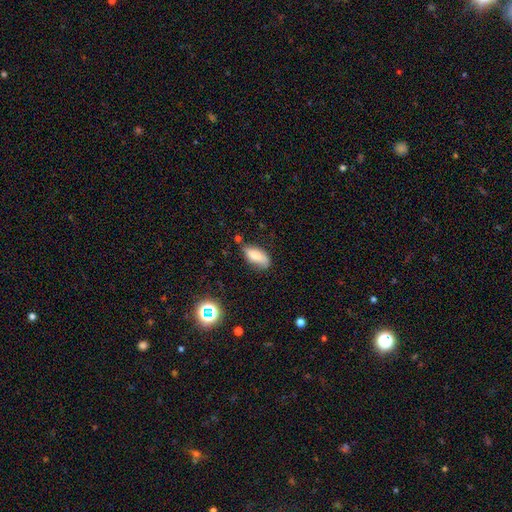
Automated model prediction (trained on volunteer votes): Overall: smooth (78%). How rounded: in between (87%). Merging: none (60%; minor disturbance 29%).